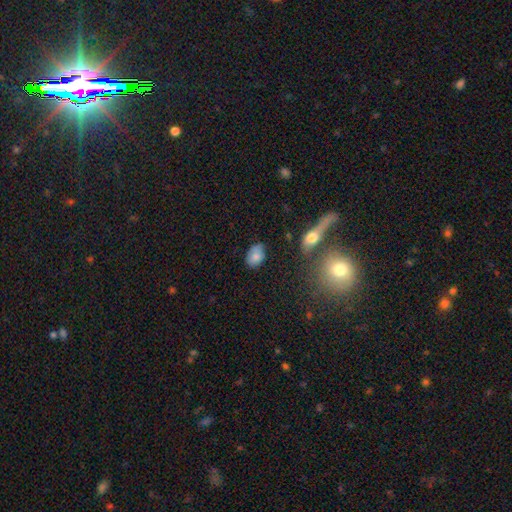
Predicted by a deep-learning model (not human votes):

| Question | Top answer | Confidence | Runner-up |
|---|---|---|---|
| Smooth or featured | smooth | 78% | featured or disk (13%) |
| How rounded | in between | 79% | round (20%) |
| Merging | none | 64% | minor disturbance (25%) |